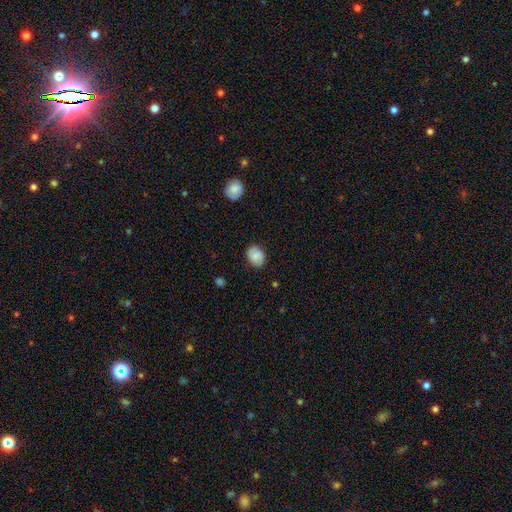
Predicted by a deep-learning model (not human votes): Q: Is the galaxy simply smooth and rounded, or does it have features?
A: smooth — 79%.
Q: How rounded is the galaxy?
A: in between — 65%.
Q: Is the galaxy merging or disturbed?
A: none — 80%.